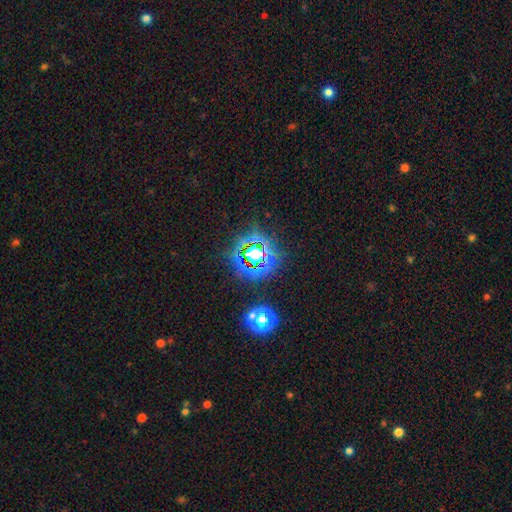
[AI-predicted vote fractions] Smooth or featured: star or artifact — 74% (smooth — 16%)